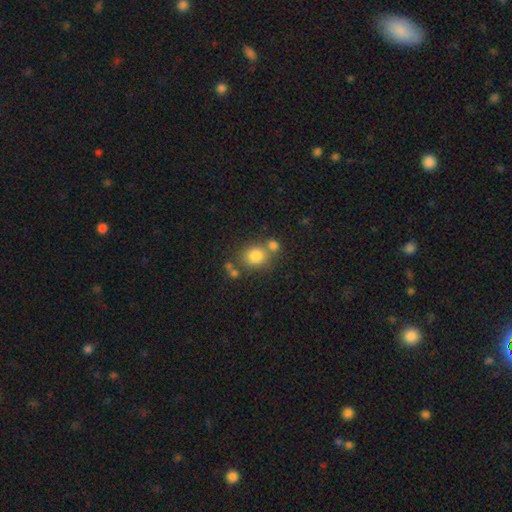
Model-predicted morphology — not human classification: A smooth galaxy with no disk features (81%) that is round (70%).

Vote fractions:
- Smooth or featured? smooth: 81% / star or artifact: 11% / featured or disk: 8%
- How rounded? round: 70% / in between: 29% / cigar-shaped: 1%
- Merging? none: 57% / merger: 26% / minor disturbance: 12% / major disturbance: 5%